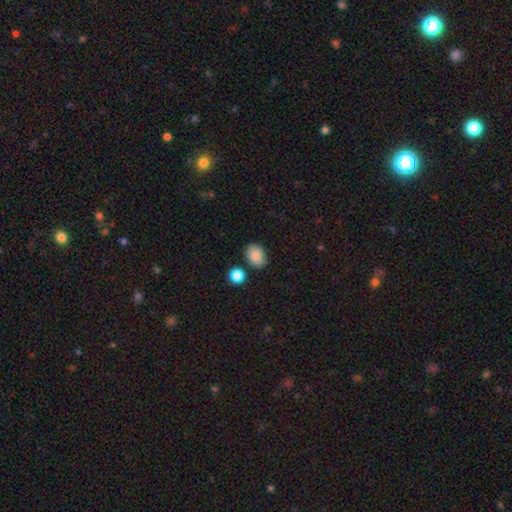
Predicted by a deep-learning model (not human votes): This appears to be a smooth galaxy with no disk features (84%) that is in between round and cigar-shaped (74%). Merging: none (80%).